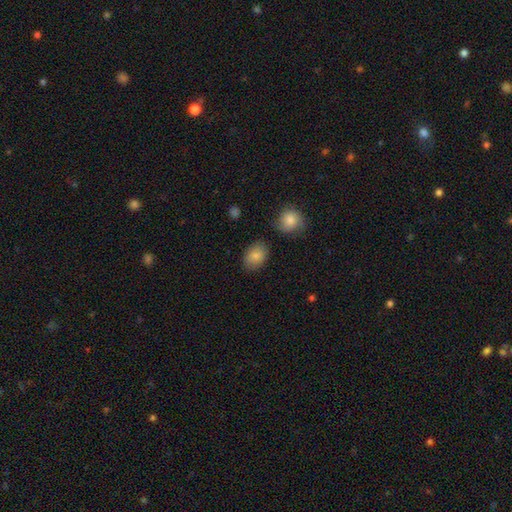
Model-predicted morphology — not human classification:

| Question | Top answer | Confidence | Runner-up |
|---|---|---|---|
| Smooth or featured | smooth | 85% | star or artifact (8%) |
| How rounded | in between | 76% | round (23%) |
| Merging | none | 80% | minor disturbance (13%) |